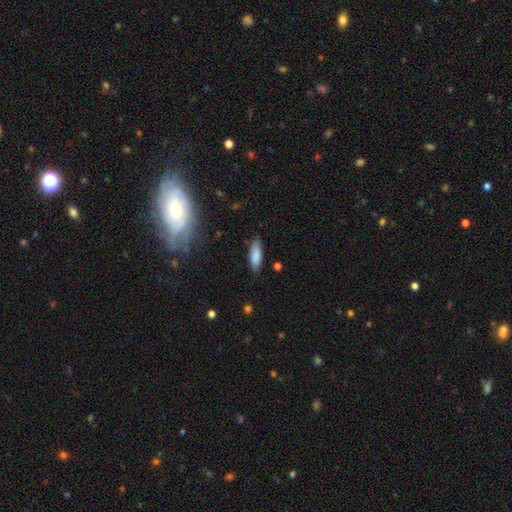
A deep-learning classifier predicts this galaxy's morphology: This is clearly a smooth galaxy (84%). How rounded: possibly in between (56%). Merging: clearly none (83%).